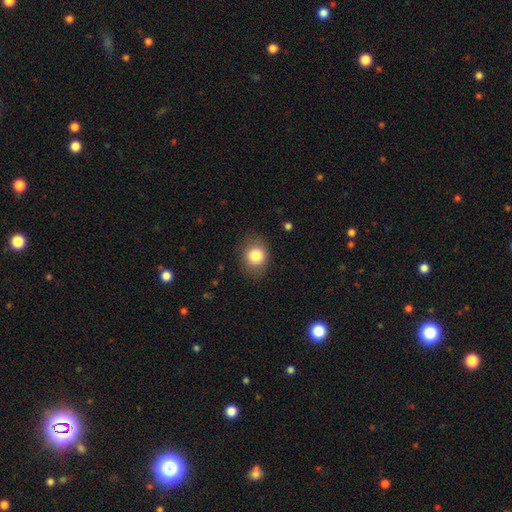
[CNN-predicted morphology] type=smooth (82%); roundness=round (61%); merging=none (81%).